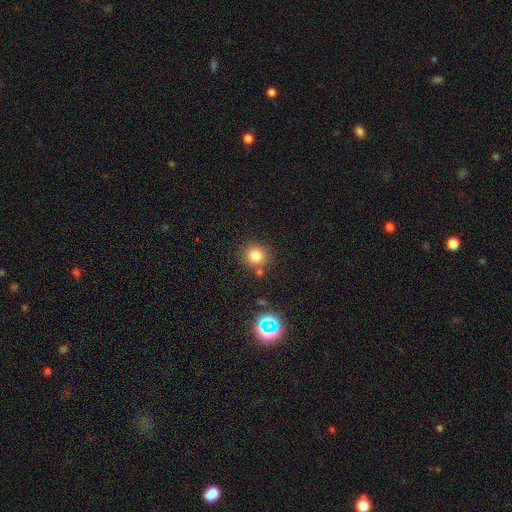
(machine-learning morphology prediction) Smooth or featured? Predicted: smooth (p=0.80). How rounded? Predicted: round (p=0.91). Merging? Predicted: none (p=0.81).